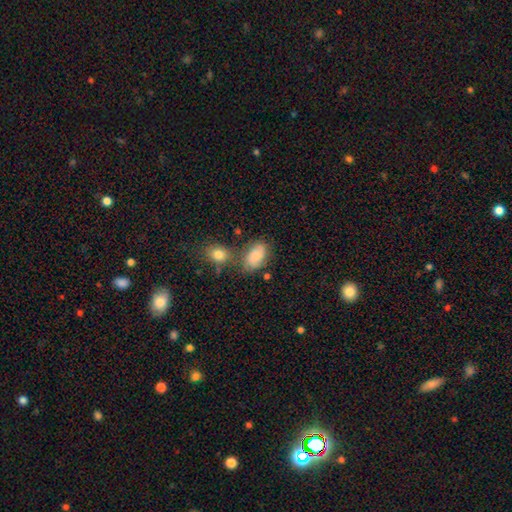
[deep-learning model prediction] A smooth galaxy with no disk features (72%) that is in between round and cigar-shaped (89%).

Vote fractions:
- Smooth or featured? smooth: 72% / featured or disk: 19% / star or artifact: 9%
- How rounded? in between: 89% / round: 9% / cigar-shaped: 2%
- Merging? none: 58% / minor disturbance: 21% / merger: 14% / major disturbance: 7%